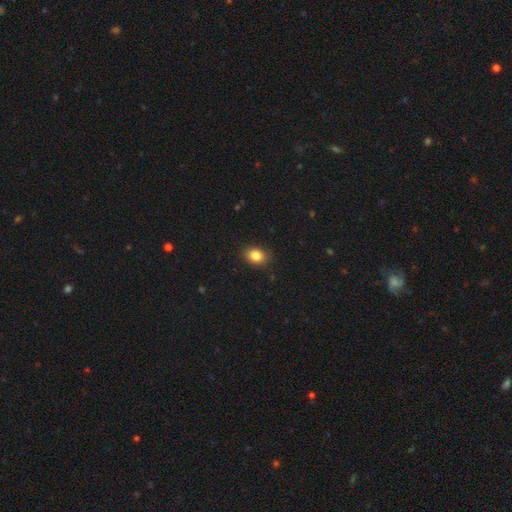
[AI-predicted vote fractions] This is clearly a smooth galaxy (84%). How rounded: likely in between (63%). Merging: clearly none (87%).